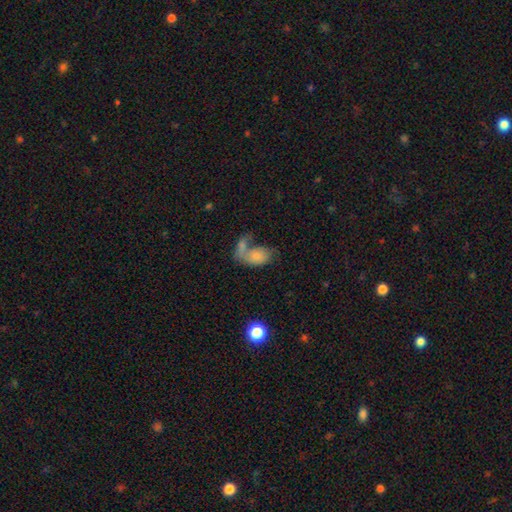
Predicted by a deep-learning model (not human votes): smooth-or-featured: smooth: 70% | featured or disk: 21% | star or artifact: 9%
  how-rounded: in between: 87% | round: 11% | cigar-shaped: 2%
  merging: merger: 50% | none: 21% | major disturbance: 17% | minor disturbance: 11%